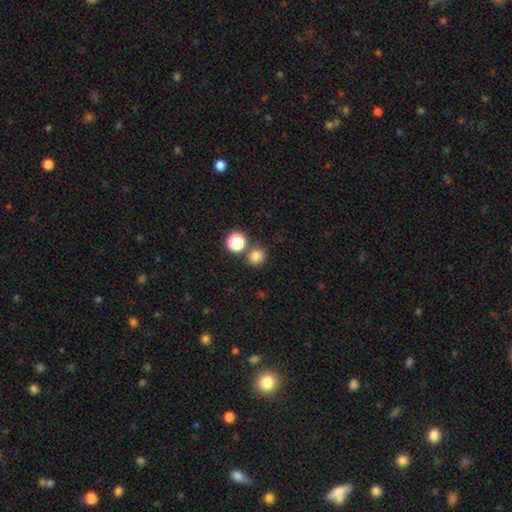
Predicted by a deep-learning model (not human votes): This appears to be a smooth galaxy with no disk features (79%) that is round (78%). Merging: none (76%).